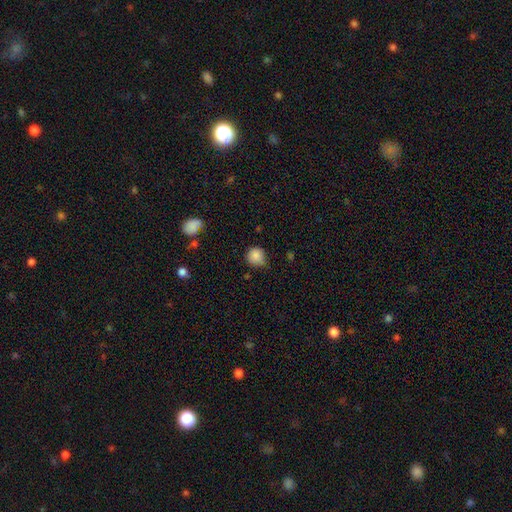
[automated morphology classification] smooth 86%, star or artifact 10%, featured or disk 4%. Down the decision tree: how rounded — round (88%); merging — none (67%).